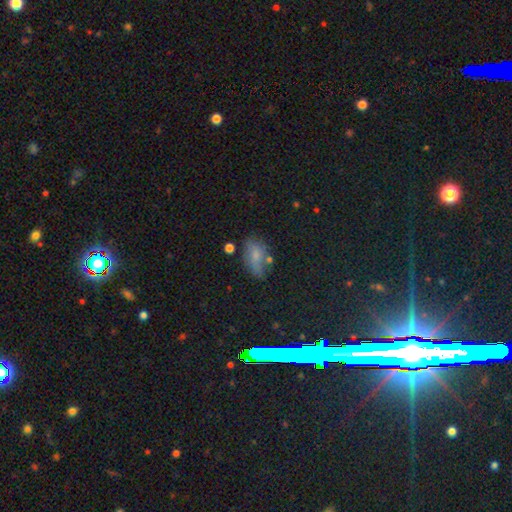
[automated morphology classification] Q: Smooth or featured?
A: smooth (63%); runner-up: featured or disk (20%)
Q: How rounded?
A: in between (88%); runner-up: round (8%)
Q: Merging?
A: none (54%); runner-up: minor disturbance (27%)